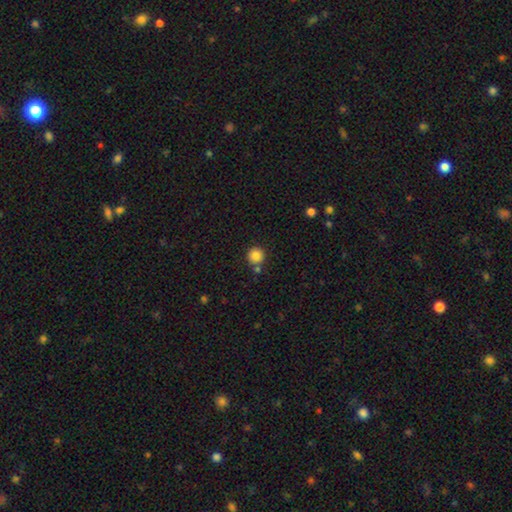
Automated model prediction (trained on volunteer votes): smooth-or-featured: smooth: 85% | star or artifact: 11% | featured or disk: 5%
  how-rounded: round: 95% | in between: 4% | cigar-shaped: 1%
  merging: none: 80% | merger: 10% | minor disturbance: 8% | major disturbance: 2%